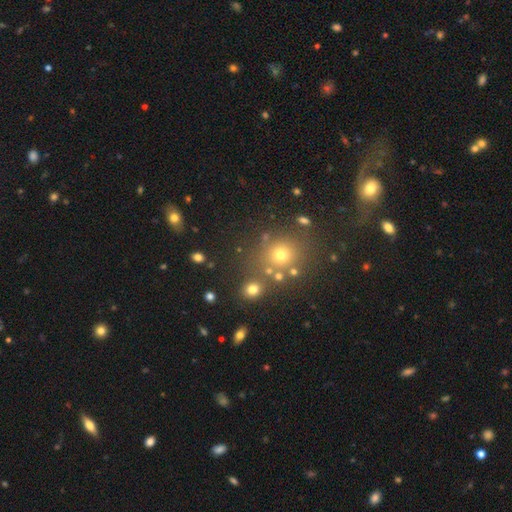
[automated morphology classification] smooth_or_featured: smooth (p=0.48) [alt: star or artifact p=0.42]
merging: none (p=0.66) [alt: merger p=0.19]